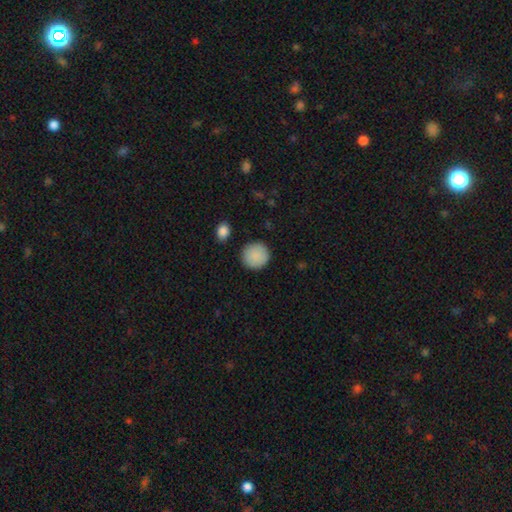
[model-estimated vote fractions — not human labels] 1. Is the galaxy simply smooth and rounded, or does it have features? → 89% smooth, 7% star or artifact, 4% featured or disk.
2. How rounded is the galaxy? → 95% round, 4% in between, 1% cigar-shaped.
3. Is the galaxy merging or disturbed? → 89% none, 7% minor disturbance, 2% major disturbance, 2% merger.